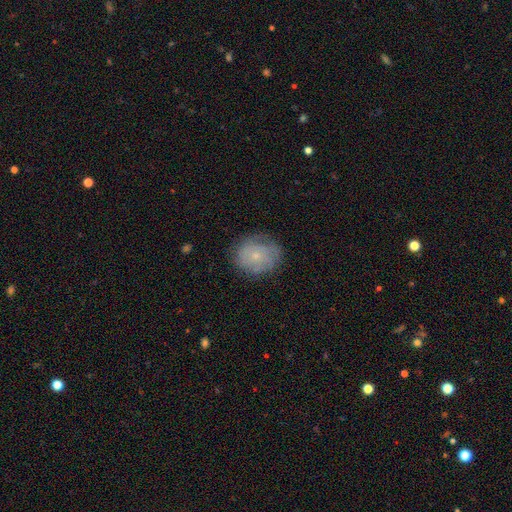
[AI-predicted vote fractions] Smooth or featured? smooth (48%)
Merging? none (72%)